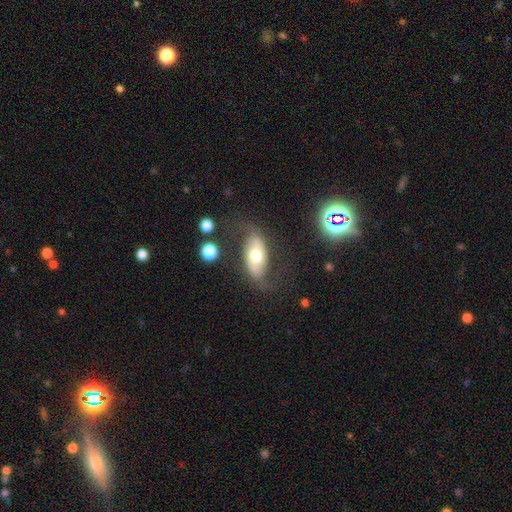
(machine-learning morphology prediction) This appears to be a featured or disk galaxy (55%). Merging: none (63%).